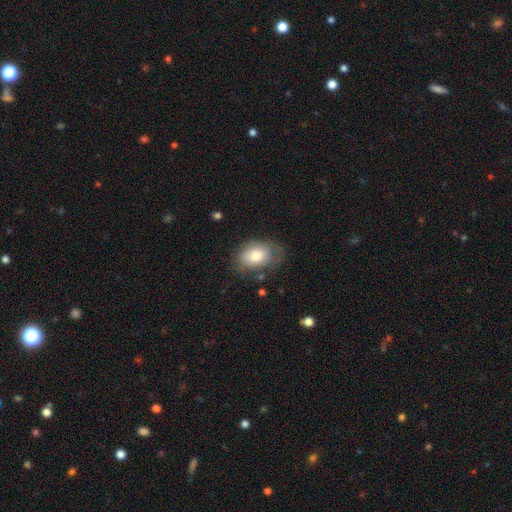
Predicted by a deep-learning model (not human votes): The model was most divided on "merging": none: 64%, minor disturbance: 25%, major disturbance: 9%, merger: 2%. More confident: how rounded — in between (82%); smooth or featured — smooth (75%).